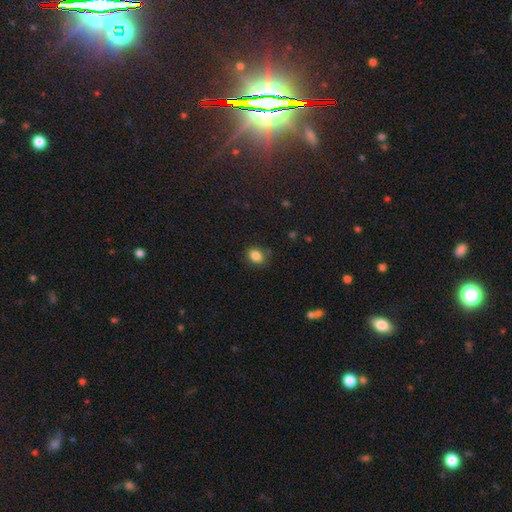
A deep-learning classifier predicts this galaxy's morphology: This appears to be a smooth galaxy with no disk features (85%) that is in between round and cigar-shaped (61%). Merging: none (79%).